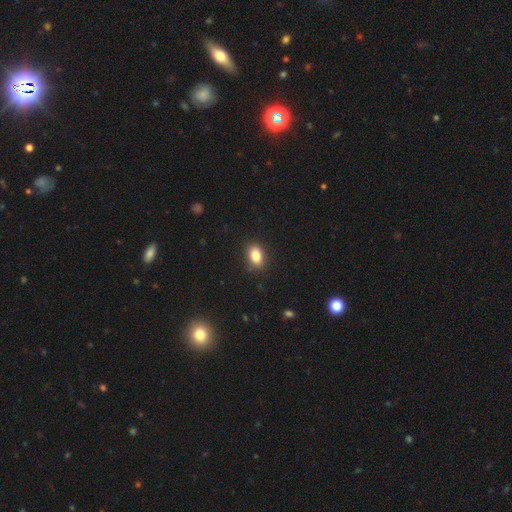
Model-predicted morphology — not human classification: Smooth or featured? Predicted: smooth (p=0.84). How rounded? Predicted: in between (p=0.81). Merging? Predicted: none (p=0.88).